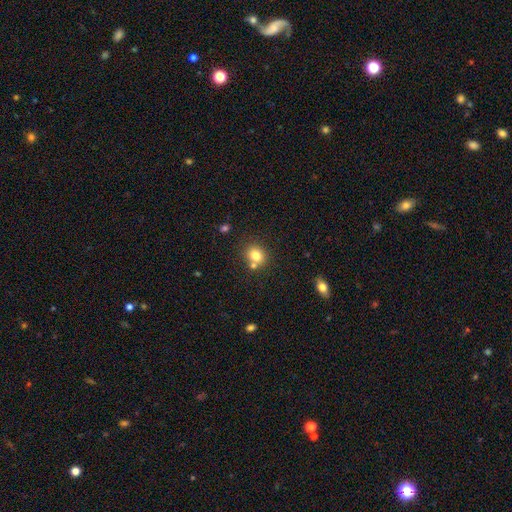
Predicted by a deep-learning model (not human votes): The model was most divided on "how rounded": round: 72%, in between: 27%, cigar-shaped: 1%. More confident: smooth or featured — smooth (79%); merging — none (65%).